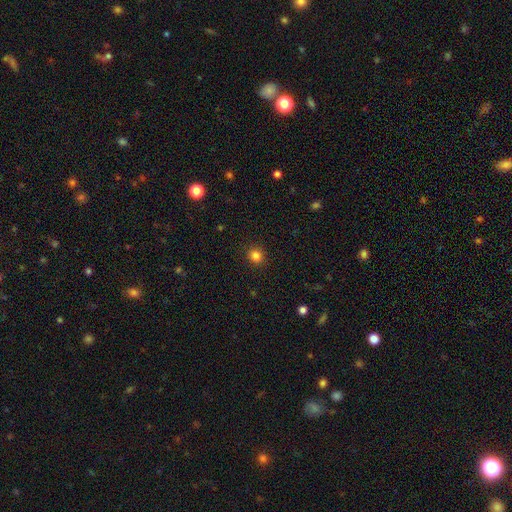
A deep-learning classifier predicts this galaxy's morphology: This is clearly a smooth galaxy (83%). How rounded: clearly round (84%). Merging: clearly none (91%).